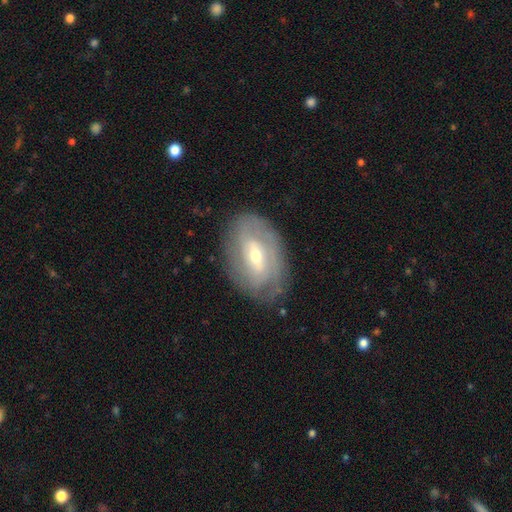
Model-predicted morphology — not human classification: The model was most divided on "bulge size": moderate: 55%, small: 40%, large: 3%, none: 1%, dominant: 1%. Remaining: edge-on disk — no (92%); merging — none (76%); spiral arms — yes (74%); smooth or featured — featured or disk (71%); bar — weak (47%).